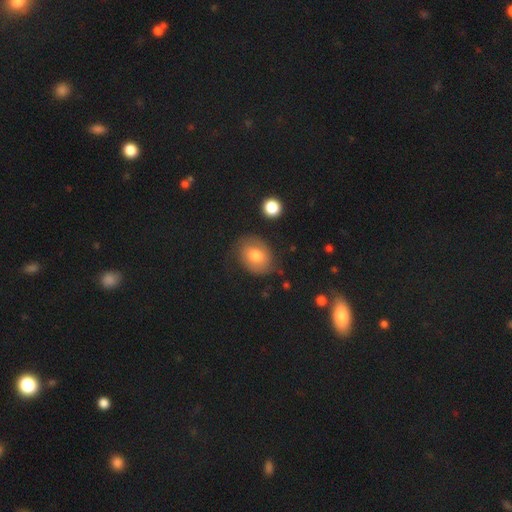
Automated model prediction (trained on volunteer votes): Smooth or featured?
  - smooth: 65% *
  - featured or disk: 26%
  - star or artifact: 10%
How rounded?
  - in between: 57% *
  - round: 42%
  - cigar-shaped: 1%
Merging?
  - none: 73% *
  - minor disturbance: 18%
  - major disturbance: 7%
  - merger: 2%